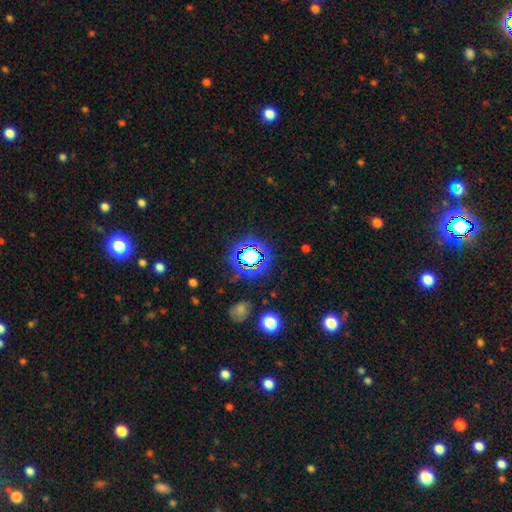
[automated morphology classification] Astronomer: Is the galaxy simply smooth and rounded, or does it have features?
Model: star or artifact — 67%.